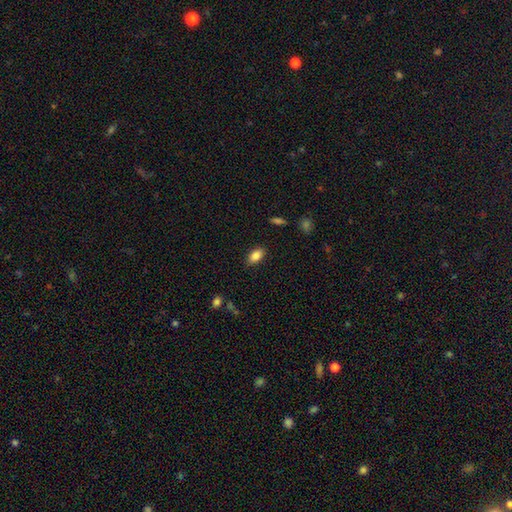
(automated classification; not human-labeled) Overall: smooth (86%). How rounded: in between (90%). Merging: none (86%).